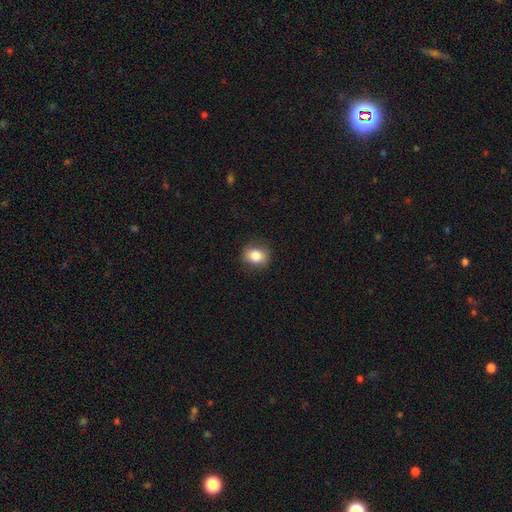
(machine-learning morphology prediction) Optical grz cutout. It shows a smooth galaxy with no disk features (82%) that is round (52%). Merging: none (83%).